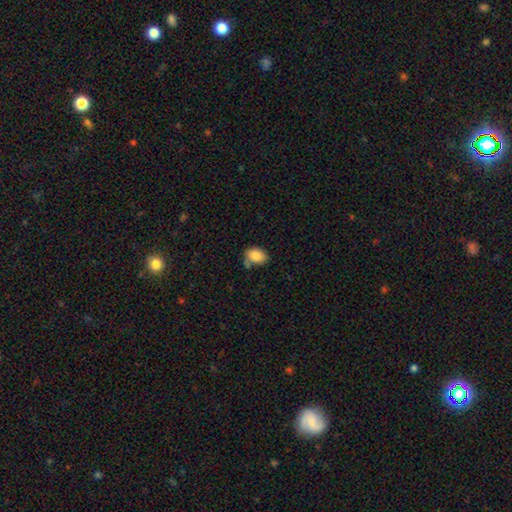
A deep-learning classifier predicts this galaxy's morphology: Smooth or featured: smooth — 86% (star or artifact — 8%)
How rounded: in between — 71% (round — 28%)
Merging: none — 60% (minor disturbance — 22%)